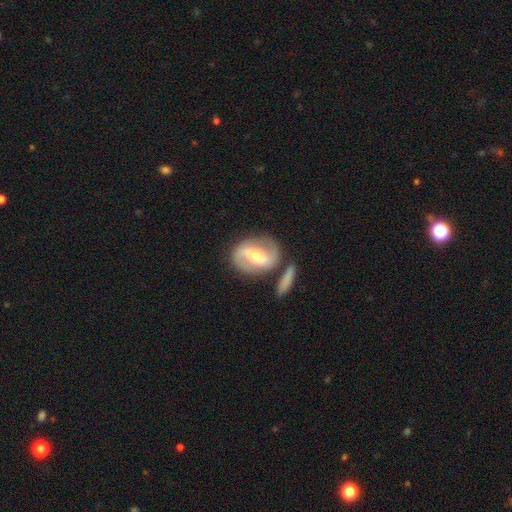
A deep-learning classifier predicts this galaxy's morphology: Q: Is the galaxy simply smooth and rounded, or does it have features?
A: featured or disk — 79%.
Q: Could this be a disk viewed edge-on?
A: no — 96%.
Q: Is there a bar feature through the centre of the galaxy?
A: strong — 45%.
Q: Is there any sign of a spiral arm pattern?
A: yes — 91%.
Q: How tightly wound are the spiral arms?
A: medium — 44%.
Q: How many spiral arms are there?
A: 2 — 91%.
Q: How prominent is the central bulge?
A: moderate — 53%.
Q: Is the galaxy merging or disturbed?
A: none — 73%.